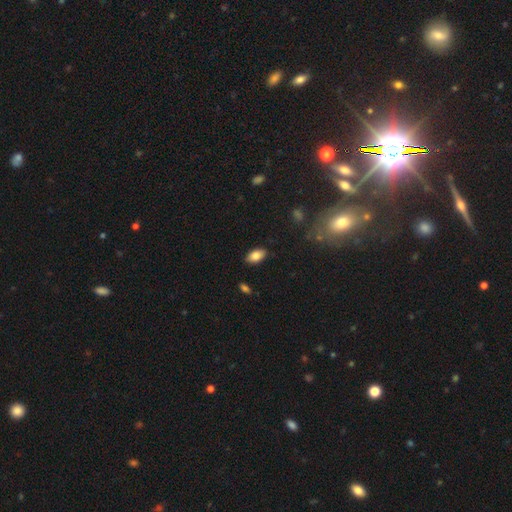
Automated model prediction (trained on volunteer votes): Smooth or featured: smooth — 82% (featured or disk — 10%)
How rounded: in between — 93% (round — 4%)
Merging: none — 87% (minor disturbance — 9%)